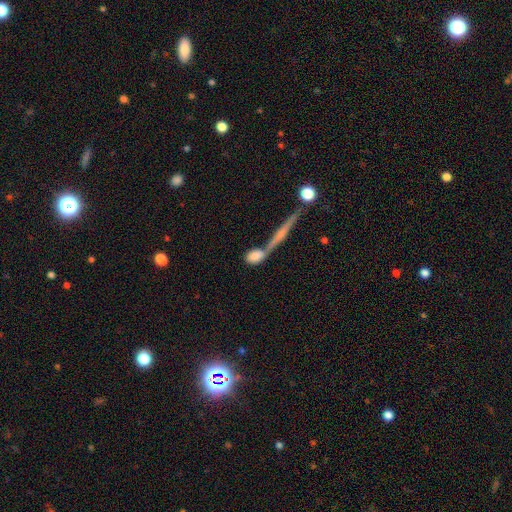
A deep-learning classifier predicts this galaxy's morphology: Smooth or featured: smooth — 73% (featured or disk — 19%)
How rounded: in between — 66% (round — 18%)
Merging: merger — 40% (none — 38%)